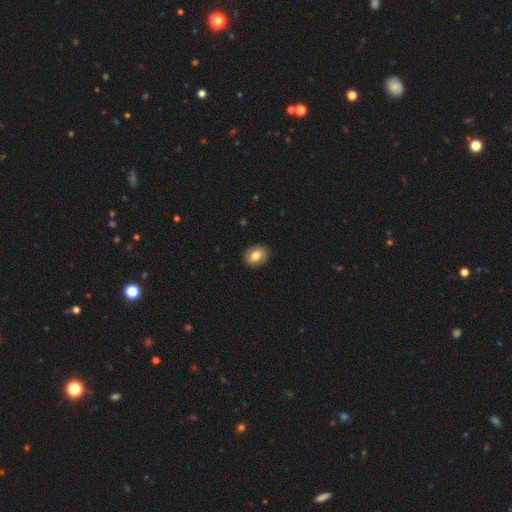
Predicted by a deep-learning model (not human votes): smooth_or_featured: smooth (p=0.78) [alt: featured or disk p=0.14]
how_rounded: in between (p=0.60) [alt: round p=0.38]
merging: none (p=0.88) [alt: minor disturbance p=0.09]